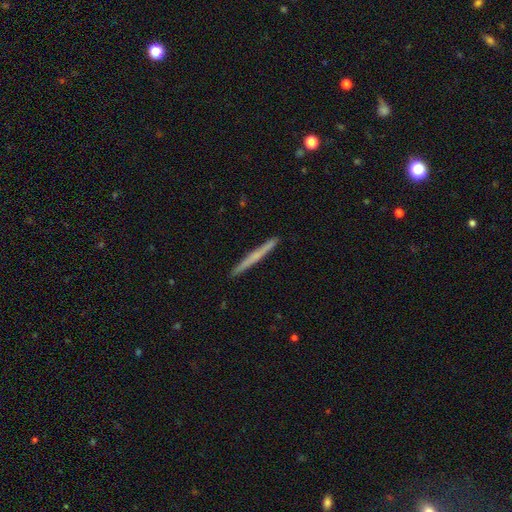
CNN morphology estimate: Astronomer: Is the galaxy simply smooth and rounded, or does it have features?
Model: smooth — 49% (runner-up: featured or disk, 46%).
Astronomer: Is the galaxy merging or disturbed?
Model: none — 93%.